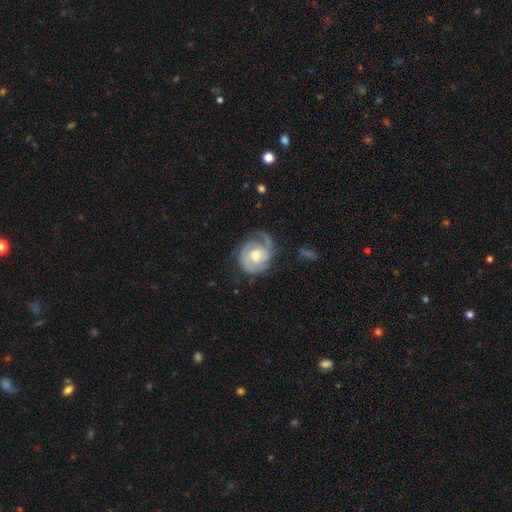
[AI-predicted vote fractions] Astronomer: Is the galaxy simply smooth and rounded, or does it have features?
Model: featured or disk — 84%.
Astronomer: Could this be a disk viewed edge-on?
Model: no — 98%.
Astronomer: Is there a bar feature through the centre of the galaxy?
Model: no — 62%.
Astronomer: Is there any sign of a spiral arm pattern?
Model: yes — 96%.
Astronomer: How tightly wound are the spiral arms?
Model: tight — 63%.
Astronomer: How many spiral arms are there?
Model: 2 — 39% (runner-up: 3, 22%).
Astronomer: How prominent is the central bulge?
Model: moderate — 69%.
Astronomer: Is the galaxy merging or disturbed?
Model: none — 63%.